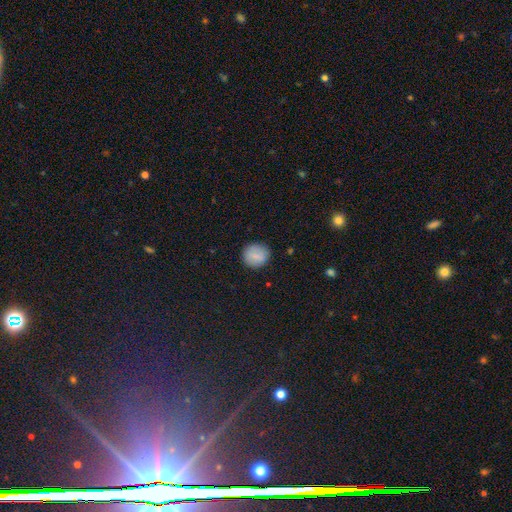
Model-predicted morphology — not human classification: A smooth galaxy with no disk features (78%) that is round (84%).

Vote fractions:
- Smooth or featured? smooth: 78% / featured or disk: 14% / star or artifact: 8%
- How rounded? round: 84% / in between: 15% / cigar-shaped: 1%
- Merging? none: 87% / minor disturbance: 9% / major disturbance: 3% / merger: 1%